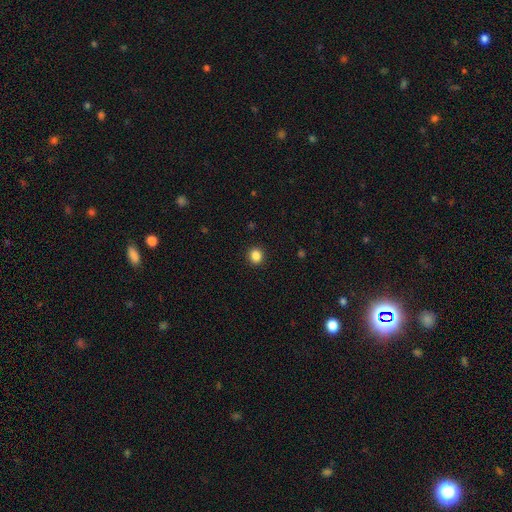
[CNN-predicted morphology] smooth 86%, star or artifact 11%, featured or disk 3%. Down the decision tree: how rounded — round (81%); merging — none (92%).